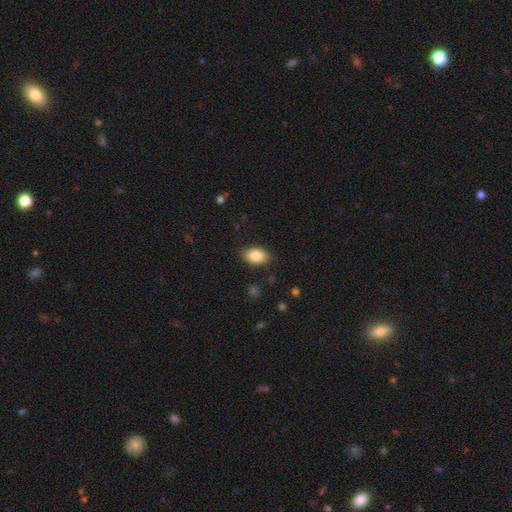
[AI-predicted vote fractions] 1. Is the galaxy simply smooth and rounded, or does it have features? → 87% smooth, 7% star or artifact, 6% featured or disk.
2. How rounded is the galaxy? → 88% in between, 10% round, 1% cigar-shaped.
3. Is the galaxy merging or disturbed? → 86% none, 10% minor disturbance, 3% major disturbance, 1% merger.